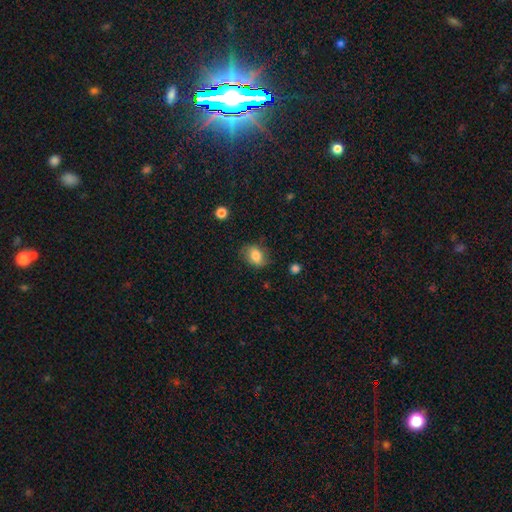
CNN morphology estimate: Q: Smooth or featured?
A: smooth (77%); runner-up: featured or disk (15%)
Q: How rounded?
A: in between (66%); runner-up: round (33%)
Q: Merging?
A: none (74%); runner-up: minor disturbance (20%)